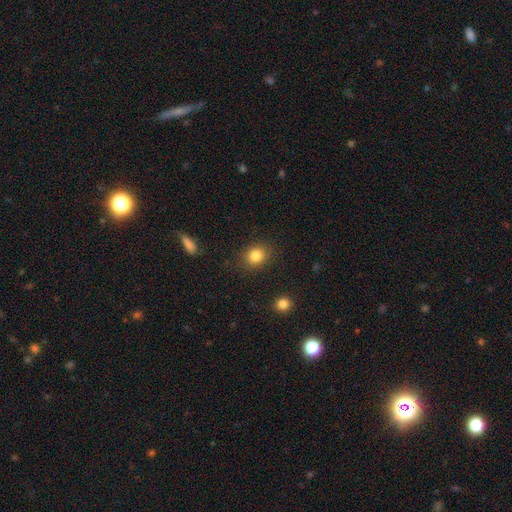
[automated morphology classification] Smooth or featured? smooth (84%)
How rounded? round (64%)
Merging? none (86%)